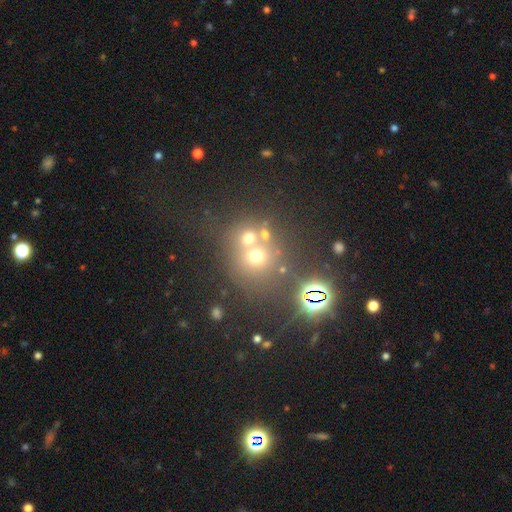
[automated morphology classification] This appears to be a smooth galaxy with no disk features (56%) that is round (85%). Merging: none (49%).